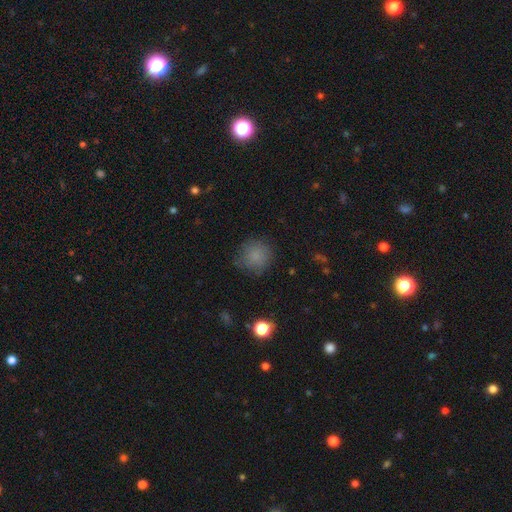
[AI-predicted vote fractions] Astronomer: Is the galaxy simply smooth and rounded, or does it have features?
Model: smooth — 83%.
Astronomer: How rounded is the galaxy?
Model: round — 91%.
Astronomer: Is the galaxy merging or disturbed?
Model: none — 78%.